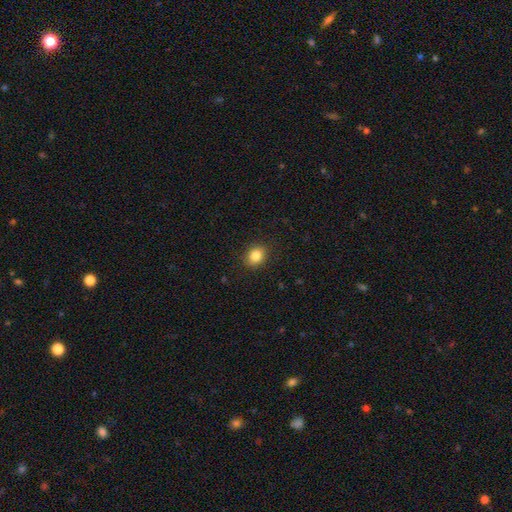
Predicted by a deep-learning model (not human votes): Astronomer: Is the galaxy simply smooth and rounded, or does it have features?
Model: smooth — 84%.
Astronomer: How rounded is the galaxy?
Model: round — 59% (runner-up: in between, 40%).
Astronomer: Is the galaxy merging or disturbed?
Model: none — 89%.